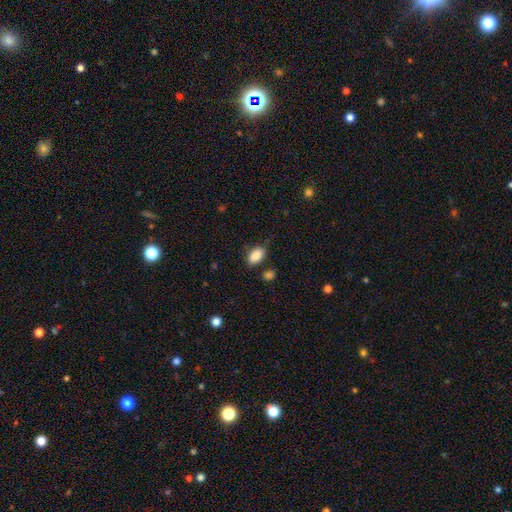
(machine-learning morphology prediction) Smooth or featured? smooth (87%)
How rounded? in between (91%)
Merging? none (74%)